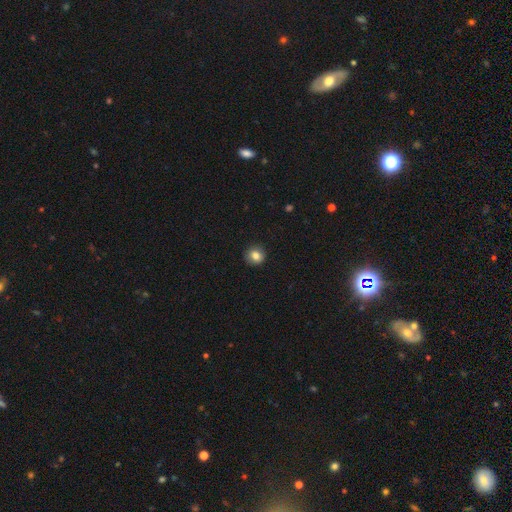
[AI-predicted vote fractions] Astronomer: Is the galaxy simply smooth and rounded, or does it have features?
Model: smooth — 83%.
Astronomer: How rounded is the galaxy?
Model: round — 88%.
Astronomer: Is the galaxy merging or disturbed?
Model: none — 90%.